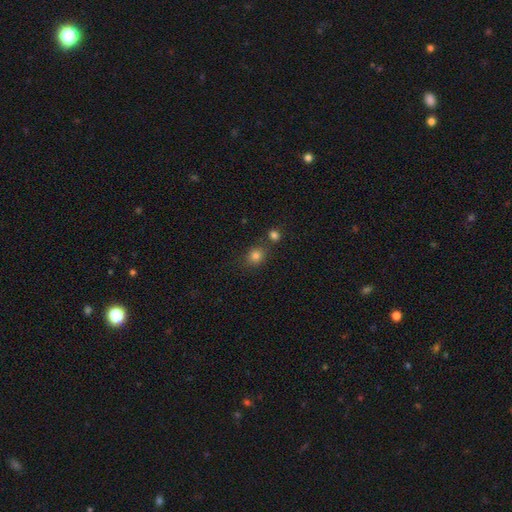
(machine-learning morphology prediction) smooth_or_featured: smooth (p=0.80) [alt: star or artifact p=0.14]
how_rounded: round (p=0.72) [alt: in between p=0.27]
merging: none (p=0.70) [alt: merger p=0.15]